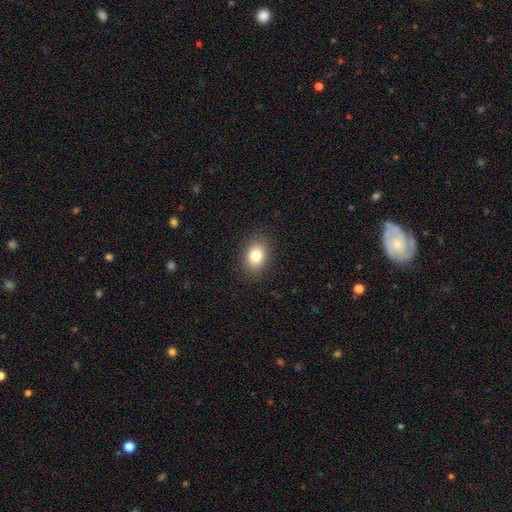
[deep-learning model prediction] Smooth or featured? Predicted: smooth (p=0.81). How rounded? Predicted: in between (p=0.70). Merging? Predicted: none (p=0.87).